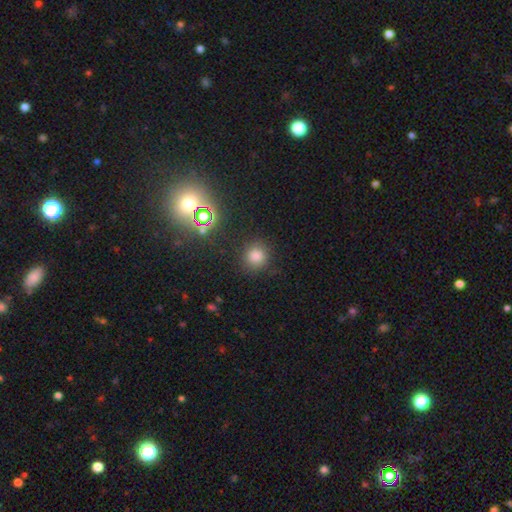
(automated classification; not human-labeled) Smooth or featured? Predicted: smooth (p=0.74). How rounded? Predicted: round (p=0.90). Merging? Predicted: none (p=0.85).